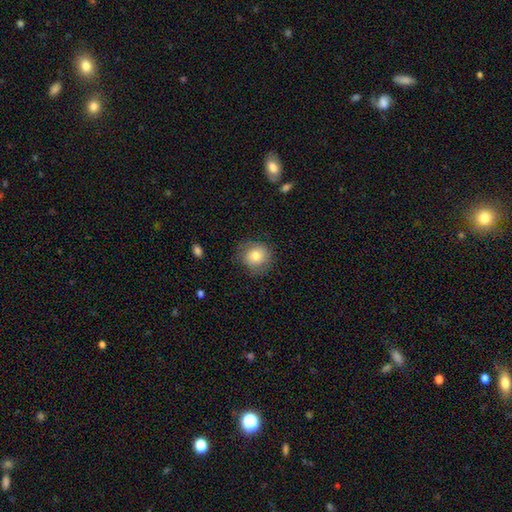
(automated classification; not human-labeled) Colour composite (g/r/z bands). It shows a smooth galaxy with no disk features (76%) that is round (88%). Merging: none (77%).